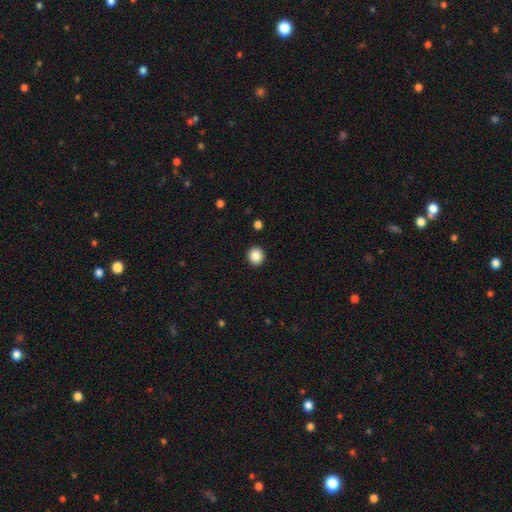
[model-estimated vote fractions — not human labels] Smooth or featured? Predicted: smooth (p=0.87). How rounded? Predicted: round (p=0.87). Merging? Predicted: none (p=0.92).